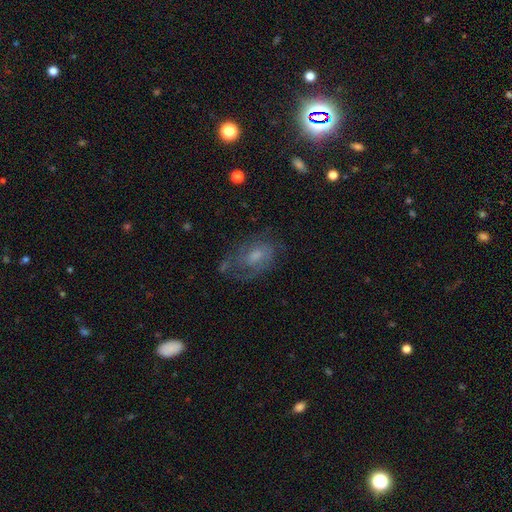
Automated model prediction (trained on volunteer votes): Overall: featured or disk (64%; smooth 26%). Edge-on disk: no (96%). Bar: no (56%; weak 38%). Spiral arms: yes (79%). Bulge size: moderate (44%; small 39%). Merging: none (57%; minor disturbance 22%).